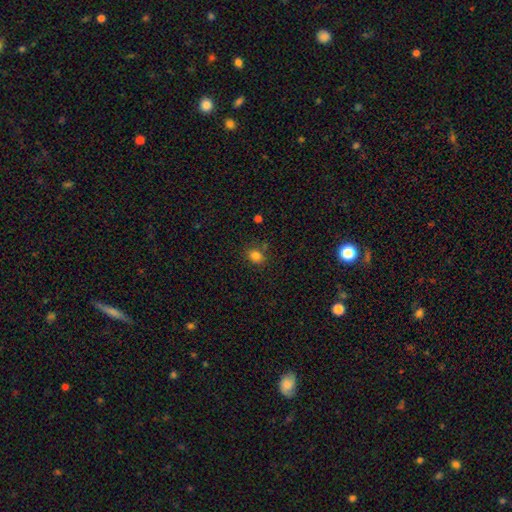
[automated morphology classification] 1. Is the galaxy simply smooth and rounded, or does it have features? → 82% smooth, 13% star or artifact, 6% featured or disk.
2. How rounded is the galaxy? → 50% round, 49% in between, 1% cigar-shaped.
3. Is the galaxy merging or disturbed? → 77% none, 13% minor disturbance, 6% merger, 4% major disturbance.